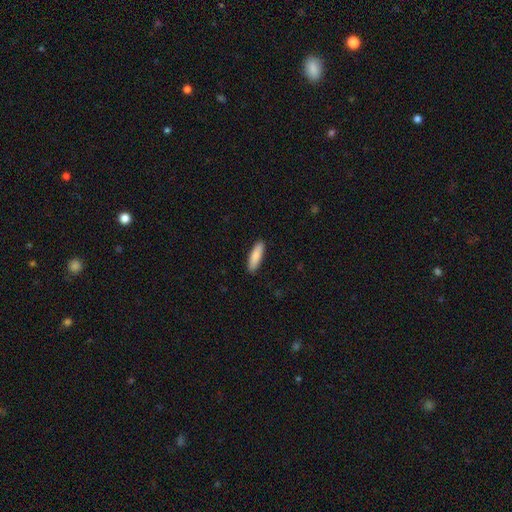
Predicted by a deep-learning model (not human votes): This is clearly a smooth galaxy (86%). How rounded: possibly cigar-shaped (59%). Merging: clearly none (90%).